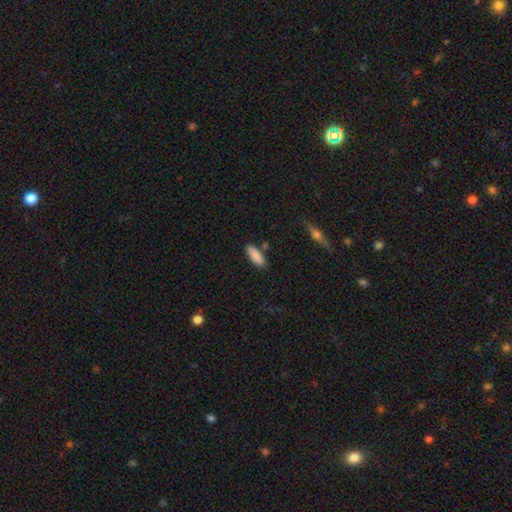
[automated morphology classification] A smooth galaxy with no disk features (88%) that is in between round and cigar-shaped (59%).

Vote fractions:
- Smooth or featured? smooth: 88% / star or artifact: 6% / featured or disk: 6%
- How rounded? in between: 59% / cigar-shaped: 39% / round: 2%
- Merging? none: 82% / minor disturbance: 11% / merger: 4% / major disturbance: 2%